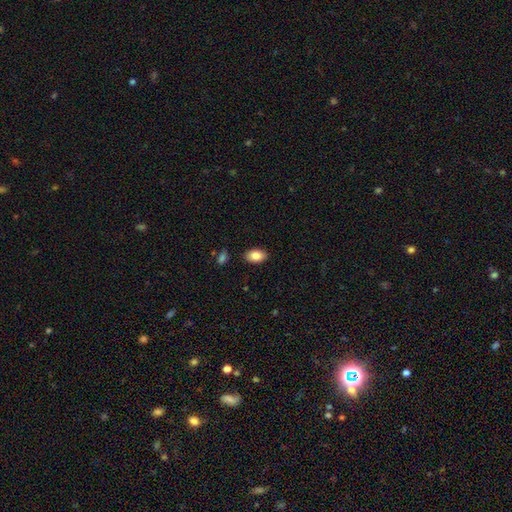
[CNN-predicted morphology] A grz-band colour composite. It shows a smooth galaxy with no disk features (84%) that is in between round and cigar-shaped (92%). Merging: none (87%).